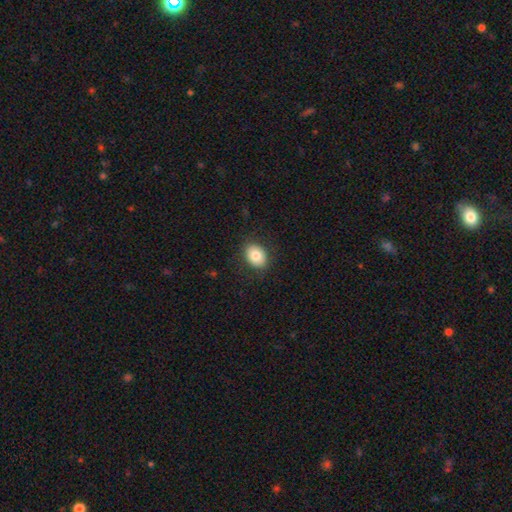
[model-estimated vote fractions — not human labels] Q: Smooth or featured?
A: smooth (82%); runner-up: featured or disk (9%)
Q: How rounded?
A: in between (60%); runner-up: round (39%)
Q: Merging?
A: none (87%); runner-up: minor disturbance (9%)